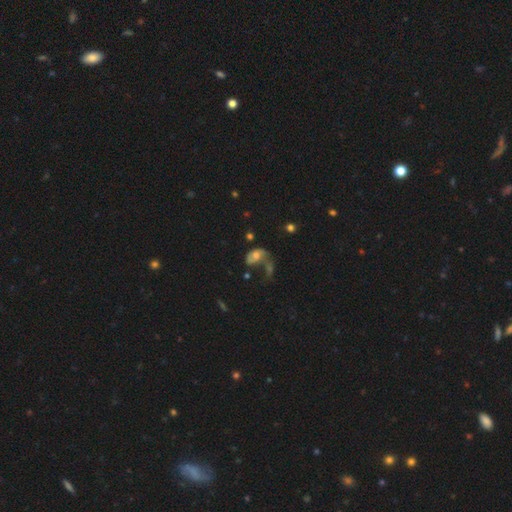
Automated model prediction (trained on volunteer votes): Smooth or featured? smooth (50%)
Merging? merger (32%)